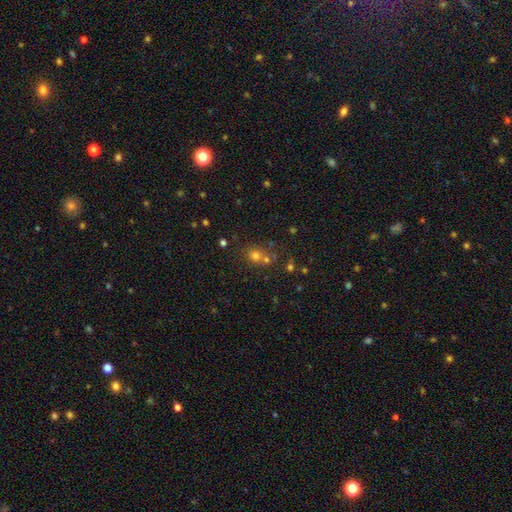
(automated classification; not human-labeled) Morphology: type=smooth (68%); roundness=round (77%); merging=none (57%).